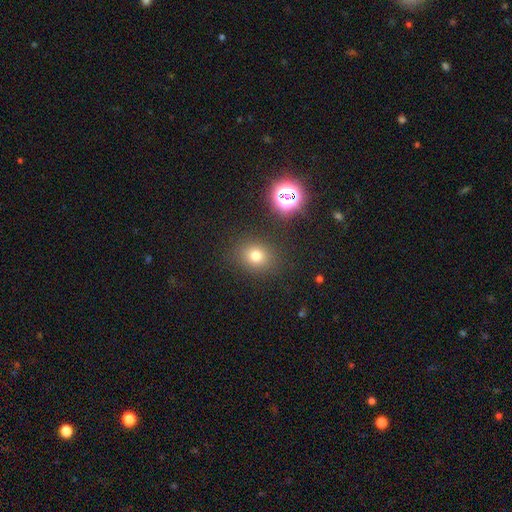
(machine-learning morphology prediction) The model was most divided on "how rounded": round: 65%, in between: 34%, cigar-shaped: 1%. More confident: merging — none (85%); smooth or featured — smooth (74%).